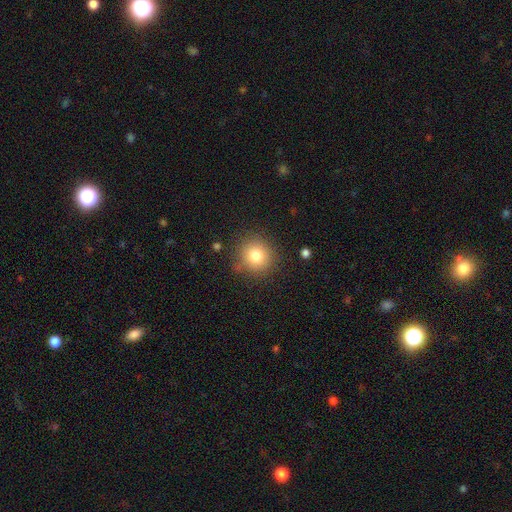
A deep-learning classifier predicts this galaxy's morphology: The model was most divided on "smooth or featured": smooth: 79%, star or artifact: 12%, featured or disk: 10%. More confident: how rounded — round (91%); merging — none (84%).